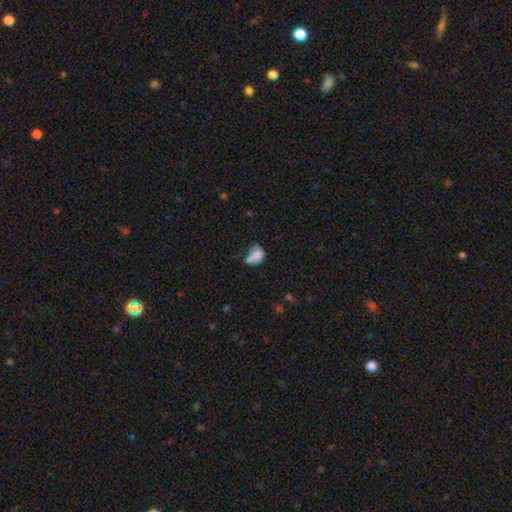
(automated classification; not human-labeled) A smooth galaxy with no disk features (73%) that is in between round and cigar-shaped (77%).

Vote fractions:
- Smooth or featured? smooth: 73% / featured or disk: 17% / star or artifact: 11%
- How rounded? in between: 77% / round: 21% / cigar-shaped: 2%
- Merging? minor disturbance: 33% / major disturbance: 26% / none: 25% / merger: 15%